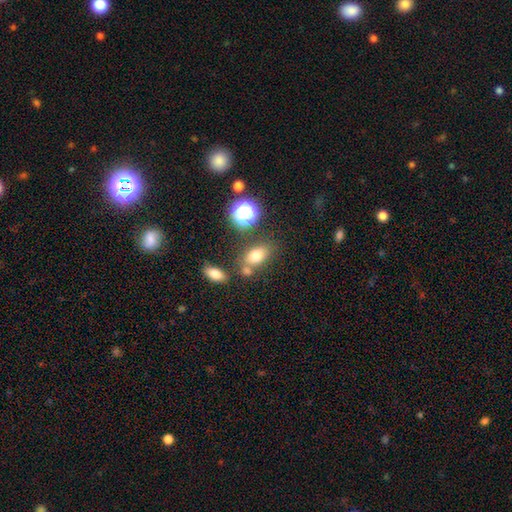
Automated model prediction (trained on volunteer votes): Smooth or featured?
  - smooth: 73% *
  - star or artifact: 15%
  - featured or disk: 12%
How rounded?
  - in between: 77% *
  - round: 20%
  - cigar-shaped: 3%
Merging?
  - none: 63% *
  - merger: 18%
  - minor disturbance: 14%
  - major disturbance: 5%